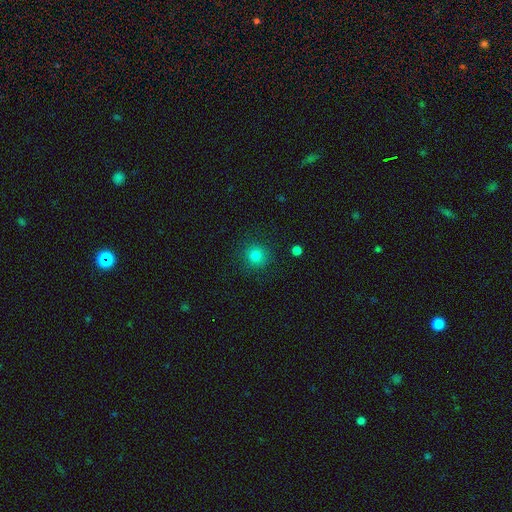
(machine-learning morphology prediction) The model was most divided on "smooth or featured": smooth: 81%, star or artifact: 13%, featured or disk: 6%. More confident: how rounded — round (93%); merging — none (89%).